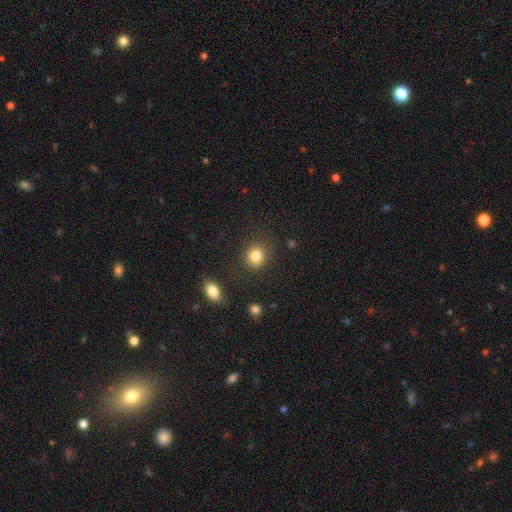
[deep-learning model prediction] Smooth or featured?
  - smooth: 83% *
  - star or artifact: 11%
  - featured or disk: 6%
How rounded?
  - round: 75% *
  - in between: 24%
  - cigar-shaped: 1%
Merging?
  - none: 81% *
  - minor disturbance: 11%
  - major disturbance: 4%
  - merger: 4%